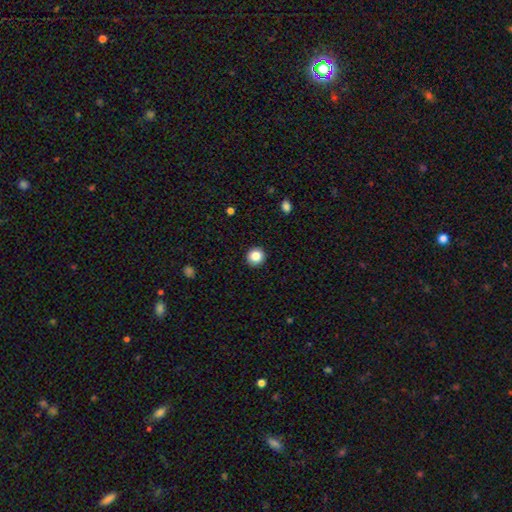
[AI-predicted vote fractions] A smooth galaxy with no disk features (85%) that is round (93%).

Vote fractions:
- Smooth or featured? smooth: 85% / star or artifact: 10% / featured or disk: 5%
- How rounded? round: 93% / in between: 6% / cigar-shaped: 1%
- Merging? none: 92% / minor disturbance: 5% / major disturbance: 2% / merger: 1%